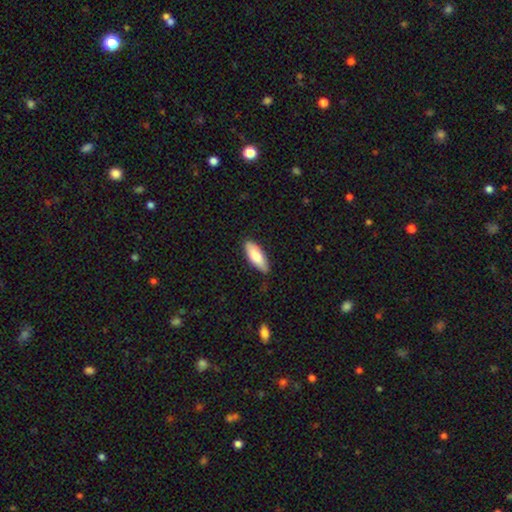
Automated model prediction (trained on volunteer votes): Morphology: type=smooth (79%); roundness=in between (72%); merging=none (81%).